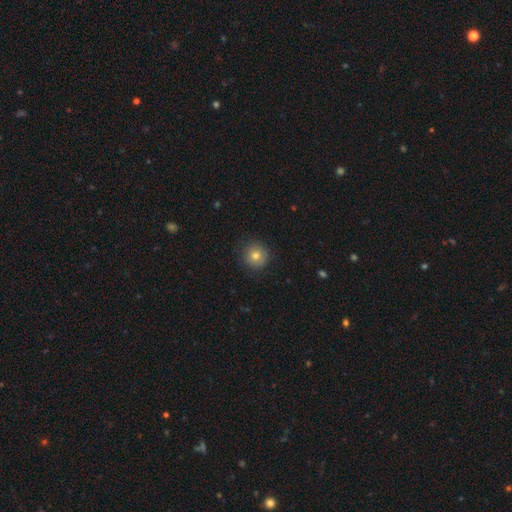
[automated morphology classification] smooth_or_featured: smooth (p=0.77) [alt: featured or disk p=0.11]
how_rounded: round (p=0.93) [alt: in between p=0.06]
merging: none (p=0.87) [alt: minor disturbance p=0.10]